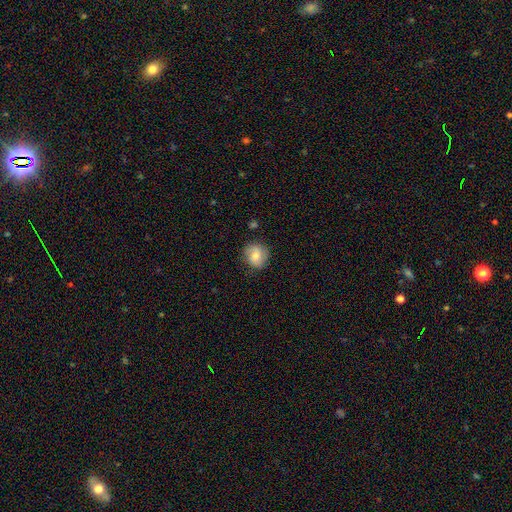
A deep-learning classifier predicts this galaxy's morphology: Smooth or featured?
  - smooth: 64% *
  - featured or disk: 28%
  - star or artifact: 8%
How rounded?
  - round: 84% *
  - in between: 15%
  - cigar-shaped: 1%
Merging?
  - none: 79% *
  - minor disturbance: 15%
  - major disturbance: 4%
  - merger: 2%